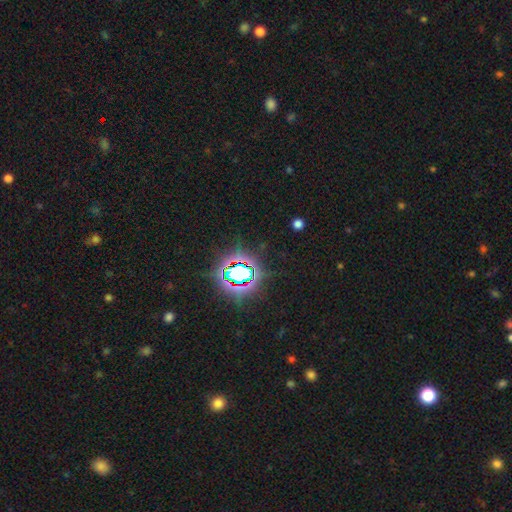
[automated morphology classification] Smooth or featured?
  - star or artifact: 81% *
  - smooth: 12%
  - featured or disk: 7%